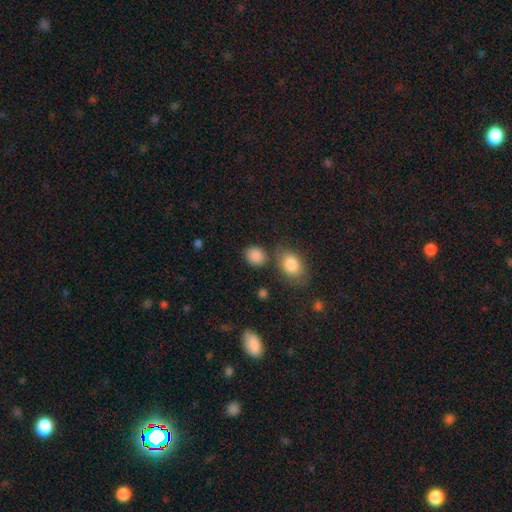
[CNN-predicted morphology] A smooth galaxy with no disk features (87%) that is round (65%). Merging: none (75%).